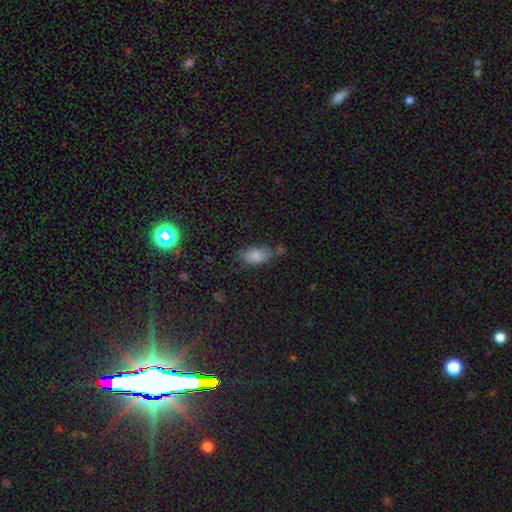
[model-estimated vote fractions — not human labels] A smooth galaxy with no disk features (82%) that is in between round and cigar-shaped (91%). Merging: none (54%).